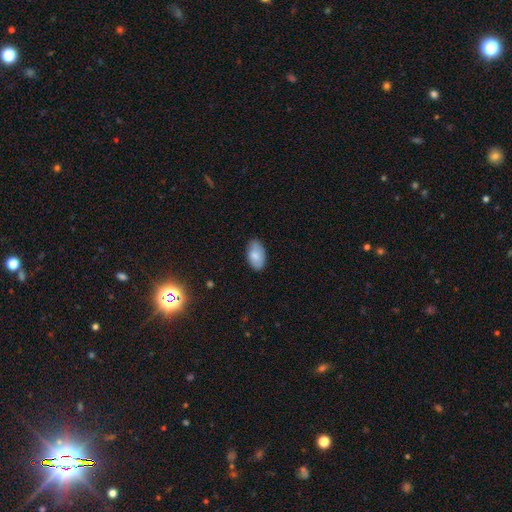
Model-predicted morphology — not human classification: This is likely a smooth galaxy (79%). How rounded: clearly in between (94%). Merging: clearly none (80%).